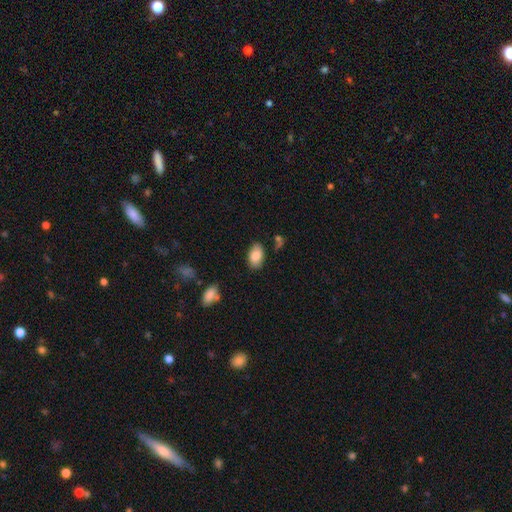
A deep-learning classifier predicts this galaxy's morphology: The model was most divided on "merging": none: 77%, minor disturbance: 16%, major disturbance: 4%, merger: 3%. More confident: how rounded — in between (91%); smooth or featured — smooth (82%).